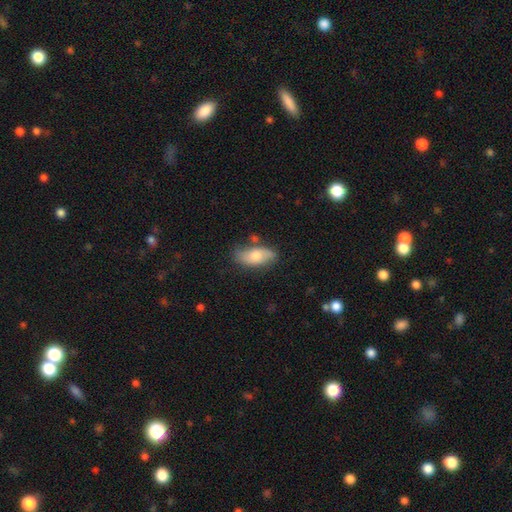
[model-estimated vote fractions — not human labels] The model was most divided on "smooth or featured": smooth: 62%, featured or disk: 31%, star or artifact: 7%. More confident: how rounded — in between (87%); merging — none (71%).